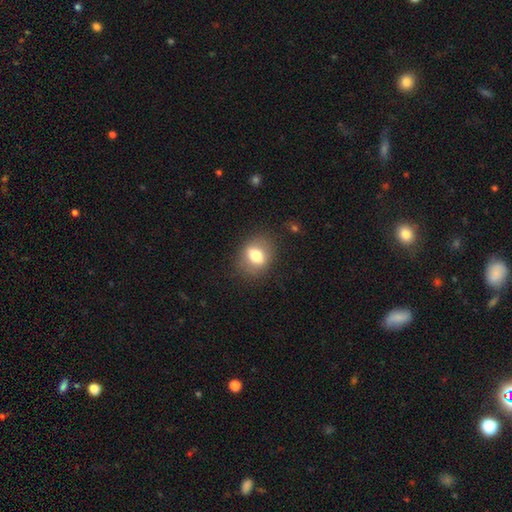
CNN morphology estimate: smooth-or-featured: smooth: 68% | featured or disk: 22% | star or artifact: 10%
  how-rounded: in between: 54% | round: 44% | cigar-shaped: 2%
  merging: none: 83% | minor disturbance: 11% | major disturbance: 5% | merger: 1%